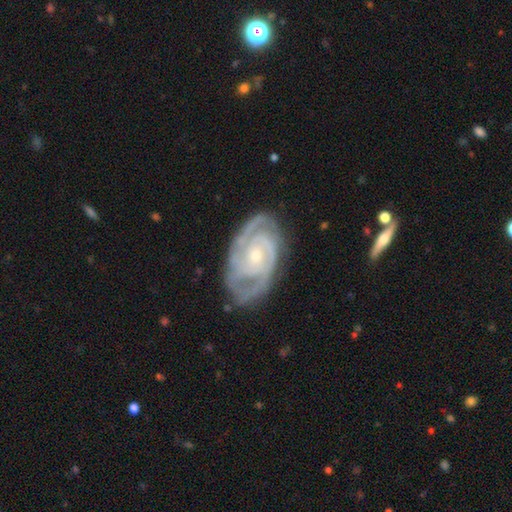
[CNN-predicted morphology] Overall: featured or disk (91%). Edge-on disk: no (97%). Bar: no (67%). Spiral arms: yes (98%). Spiral arm count: 2 (43%; 3 31%). Spiral winding: tight (70%). Bulge size: small (63%; moderate 34%). Merging: none (77%).